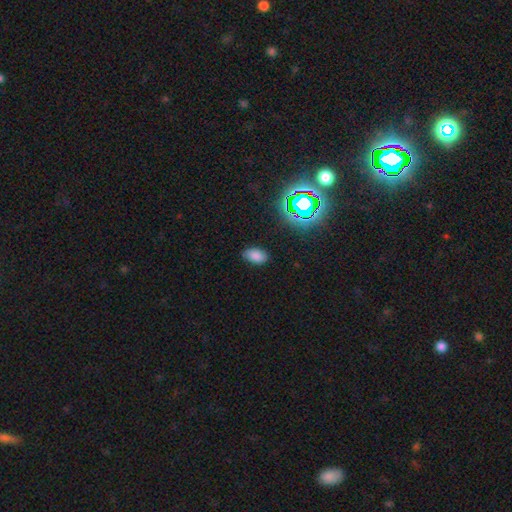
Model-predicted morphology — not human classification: This appears to be a smooth galaxy with no disk features (76%) that is in between round and cigar-shaped (92%). Merging: none (85%).